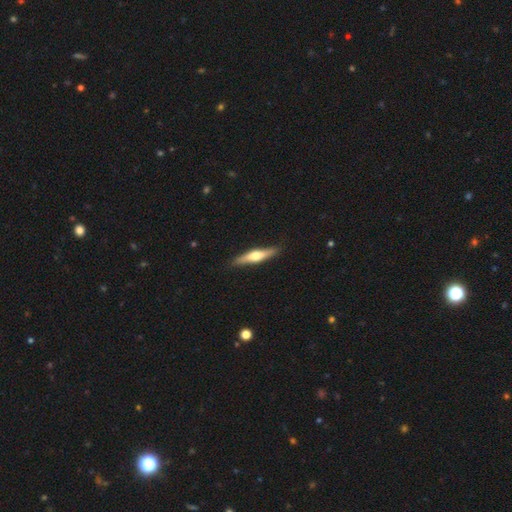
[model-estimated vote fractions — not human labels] Q: Smooth or featured?
A: featured or disk (55%); runner-up: smooth (40%)
Q: Edge-on disk?
A: yes (94%); runner-up: no (6%)
Q: Edge-on bulge?
A: rounded (91%); runner-up: boxy (5%)
Q: Merging?
A: none (87%); runner-up: minor disturbance (10%)